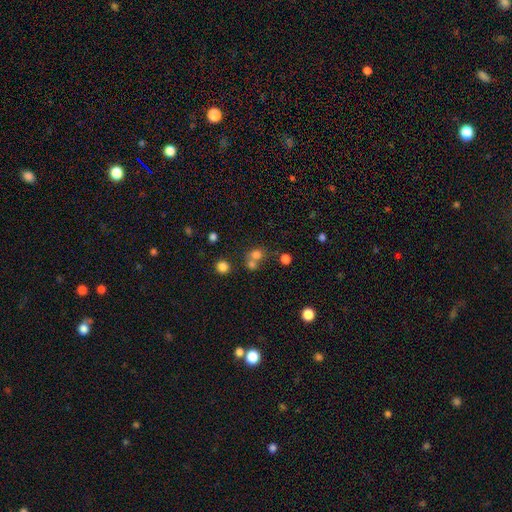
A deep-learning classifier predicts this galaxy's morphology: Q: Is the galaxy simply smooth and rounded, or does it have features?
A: smooth — 64%.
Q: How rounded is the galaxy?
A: round — 77%.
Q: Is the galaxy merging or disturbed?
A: merger — 45%.